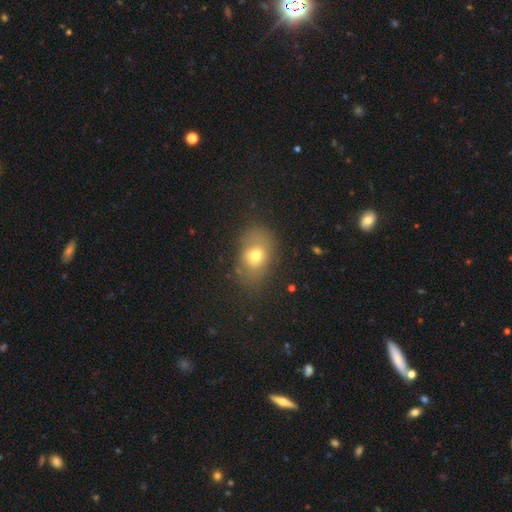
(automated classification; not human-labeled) Smooth or featured? Predicted: smooth (p=0.67). How rounded? Predicted: in between (p=0.69). Merging? Predicted: none (p=0.64).